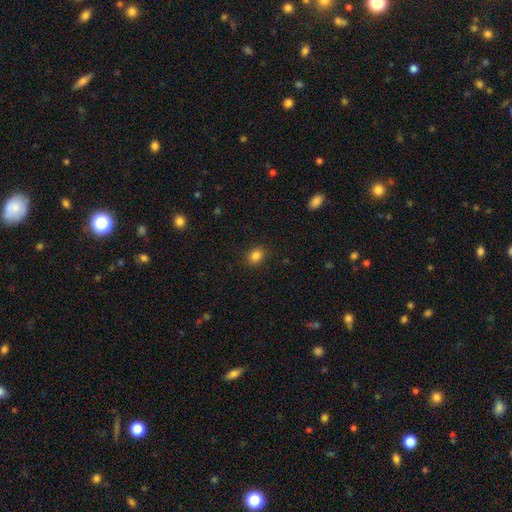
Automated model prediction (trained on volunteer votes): Smooth or featured? smooth (84%)
How rounded? round (53%)
Merging? none (88%)